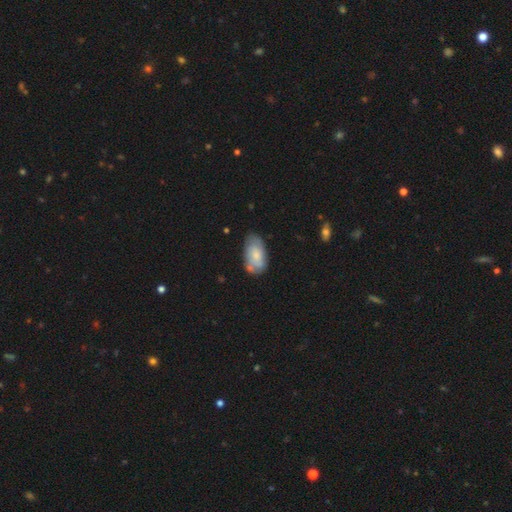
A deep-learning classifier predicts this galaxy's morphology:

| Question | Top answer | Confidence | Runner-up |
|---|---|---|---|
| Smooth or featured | smooth | 68% | featured or disk (26%) |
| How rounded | in between | 94% | round (3%) |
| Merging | none | 60% | minor disturbance (26%) |